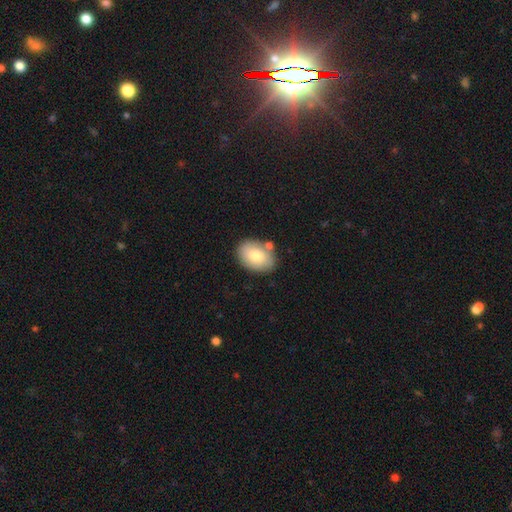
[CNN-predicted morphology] This is likely a smooth galaxy (76%). How rounded: clearly in between (81%). Merging: likely none (76%).